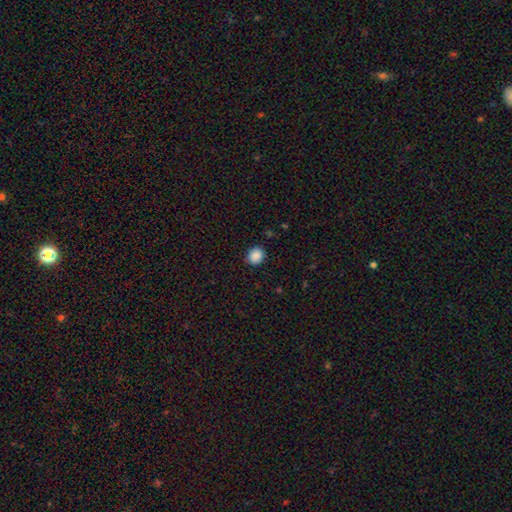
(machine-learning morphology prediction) smooth-or-featured: smooth: 88% | star or artifact: 9% | featured or disk: 3%
  how-rounded: round: 76% | in between: 23% | cigar-shaped: 1%
  merging: none: 88% | minor disturbance: 9% | major disturbance: 2% | merger: 1%